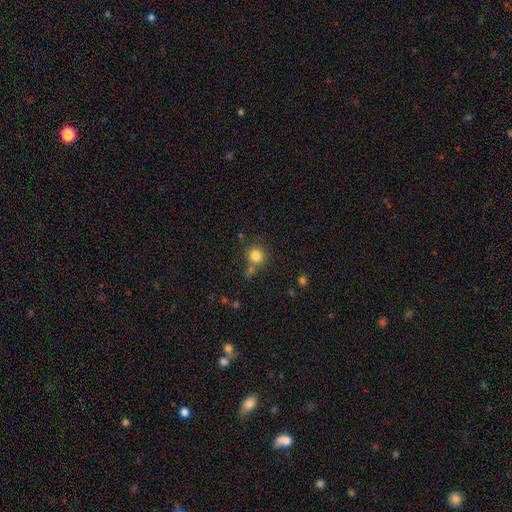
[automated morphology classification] This is clearly a smooth galaxy (82%). How rounded: clearly round (92%). Merging: likely none (72%).